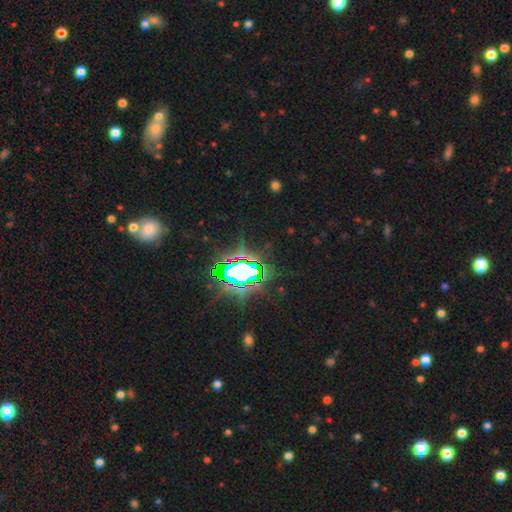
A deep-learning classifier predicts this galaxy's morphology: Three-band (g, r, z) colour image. It shows a star or artifact, not a galaxy (80%).